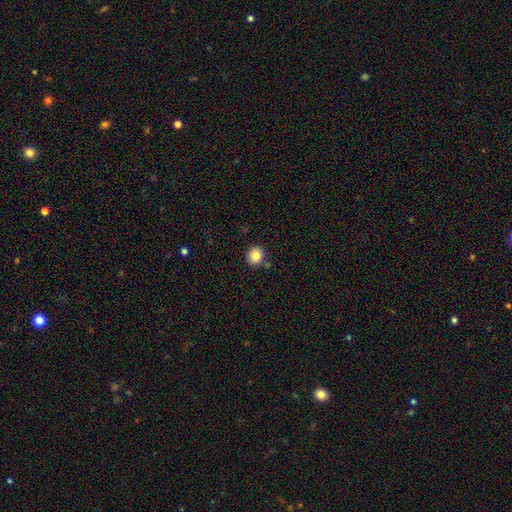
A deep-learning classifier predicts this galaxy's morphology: smooth-or-featured: smooth: 84% | star or artifact: 10% | featured or disk: 6%
  how-rounded: round: 78% | in between: 22% | cigar-shaped: 1%
  merging: none: 86% | minor disturbance: 8% | merger: 4% | major disturbance: 2%